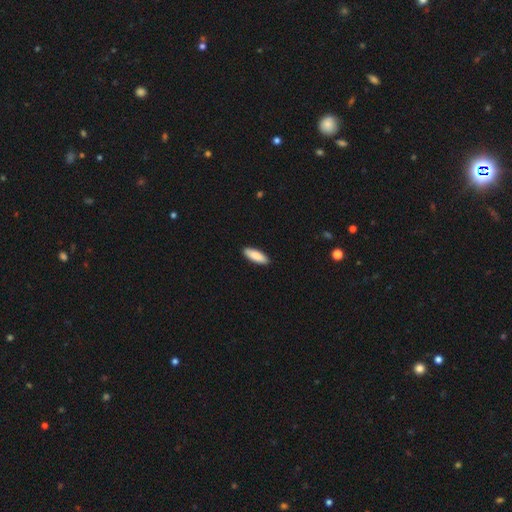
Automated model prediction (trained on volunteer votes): Smooth or featured: smooth — 88% (featured or disk — 7%)
How rounded: in between — 59% (cigar-shaped — 39%)
Merging: none — 91% (minor disturbance — 7%)